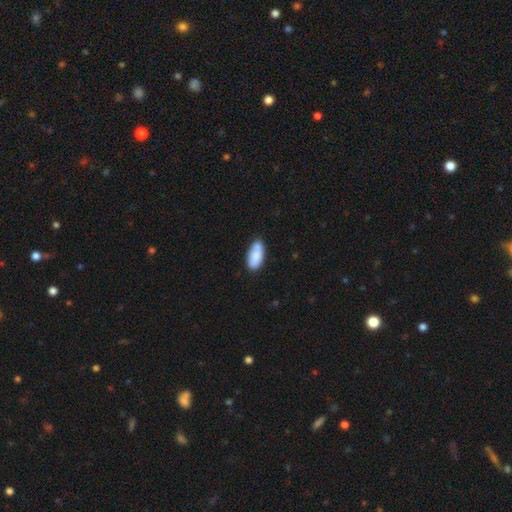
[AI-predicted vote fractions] smooth 81%, featured or disk 12%, star or artifact 7%. Down the decision tree: how rounded — in between (87%); merging — none (67%).